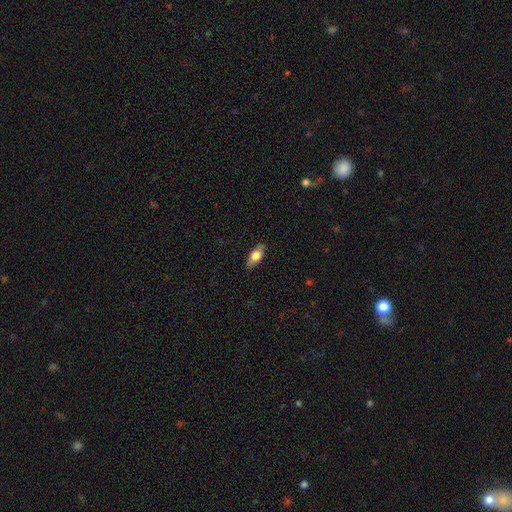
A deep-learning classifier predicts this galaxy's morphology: A smooth galaxy with no disk features (73%) that is in between round and cigar-shaped (82%). Merging: none (85%).